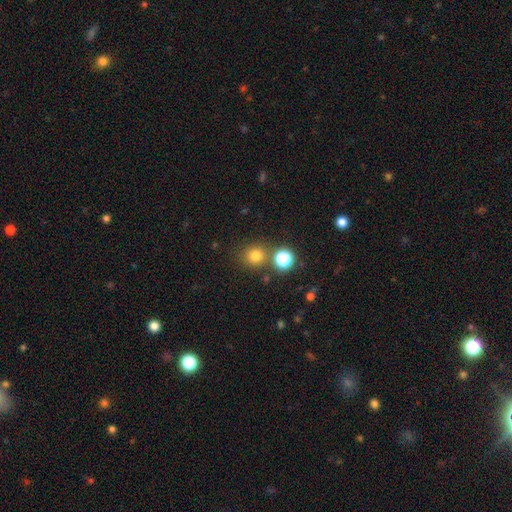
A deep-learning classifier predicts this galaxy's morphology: smooth-or-featured: smooth: 76% | star or artifact: 19% | featured or disk: 6%
  how-rounded: round: 90% | in between: 9% | cigar-shaped: 1%
  merging: none: 78% | merger: 11% | minor disturbance: 8% | major disturbance: 3%